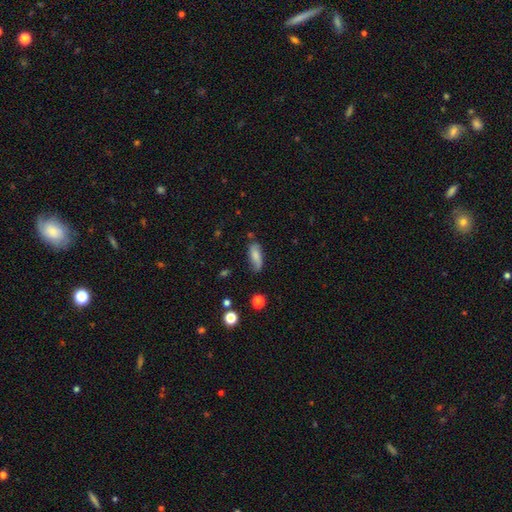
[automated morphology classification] Smooth or featured? smooth (68%)
How rounded? in between (71%)
Merging? none (67%)